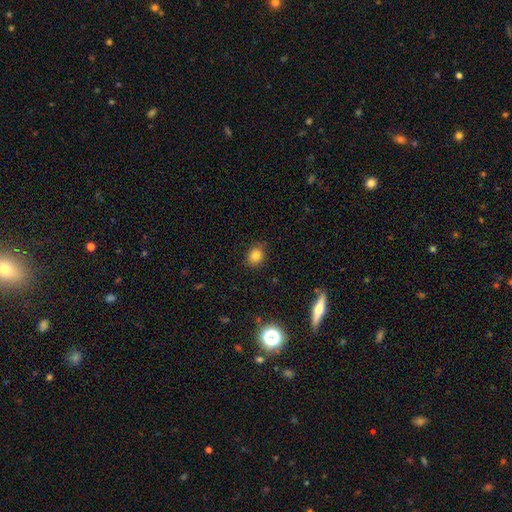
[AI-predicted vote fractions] smooth-or-featured: smooth: 81% | star or artifact: 12% | featured or disk: 7%
  how-rounded: round: 72% | in between: 27% | cigar-shaped: 1%
  merging: none: 86% | minor disturbance: 11% | major disturbance: 3% | merger: 1%